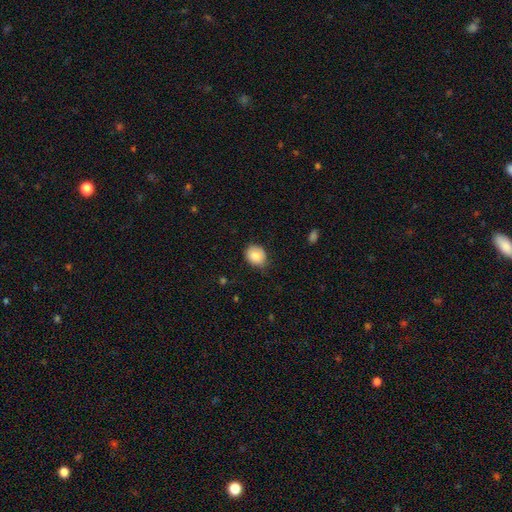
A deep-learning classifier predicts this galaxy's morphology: Smooth or featured?
  - smooth: 85% *
  - star or artifact: 8%
  - featured or disk: 7%
How rounded?
  - round: 59% *
  - in between: 40%
  - cigar-shaped: 1%
Merging?
  - none: 76% *
  - minor disturbance: 19%
  - major disturbance: 3%
  - merger: 1%